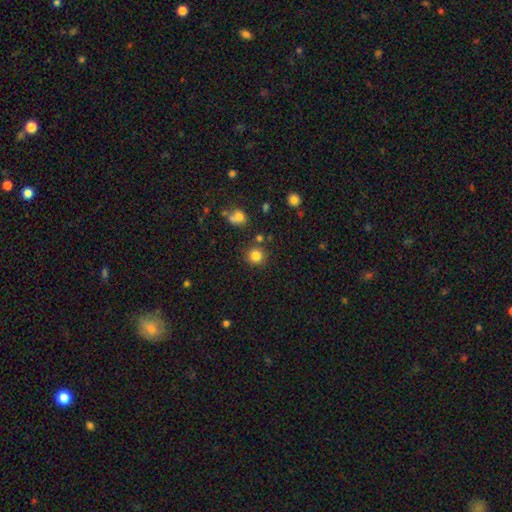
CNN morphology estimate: Q: Smooth or featured?
A: smooth (83%); runner-up: star or artifact (12%)
Q: How rounded?
A: round (92%); runner-up: in between (8%)
Q: Merging?
A: none (83%); runner-up: minor disturbance (8%)